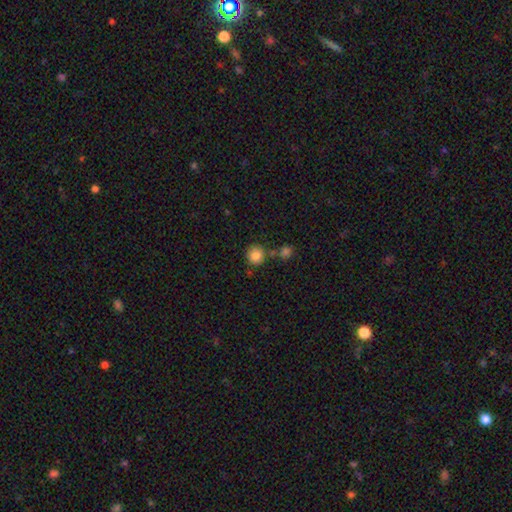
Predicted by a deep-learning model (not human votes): smooth_or_featured: smooth (p=0.84) [alt: star or artifact p=0.10]
how_rounded: round (p=0.89) [alt: in between p=0.10]
merging: none (p=0.75) [alt: merger p=0.11]